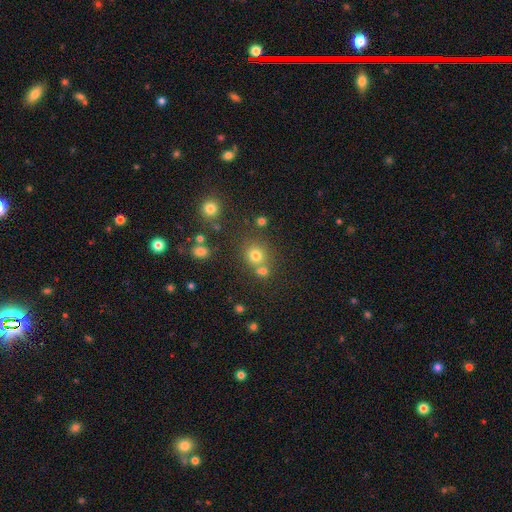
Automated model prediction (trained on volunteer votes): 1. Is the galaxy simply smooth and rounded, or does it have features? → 73% smooth, 19% star or artifact, 9% featured or disk.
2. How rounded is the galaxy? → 83% round, 16% in between, 1% cigar-shaped.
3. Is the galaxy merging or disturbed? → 62% none, 25% merger, 9% minor disturbance, 4% major disturbance.